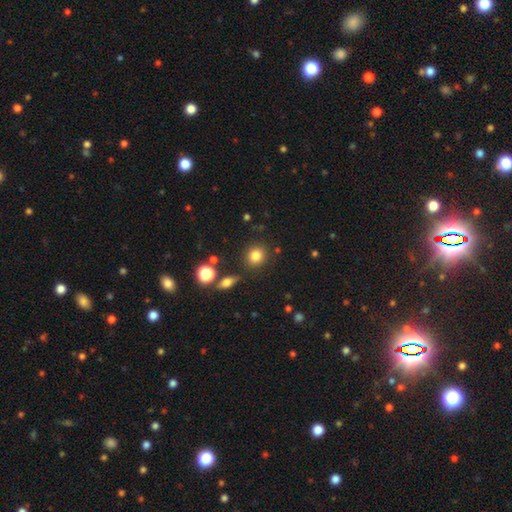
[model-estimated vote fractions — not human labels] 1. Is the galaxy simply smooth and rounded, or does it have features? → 81% smooth, 12% star or artifact, 7% featured or disk.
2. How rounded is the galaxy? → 85% round, 14% in between, 1% cigar-shaped.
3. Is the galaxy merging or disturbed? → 85% none, 8% minor disturbance, 4% merger, 3% major disturbance.